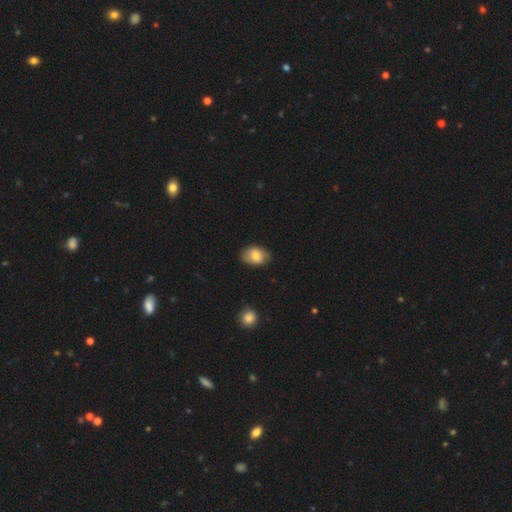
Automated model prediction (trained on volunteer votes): Q: Smooth or featured?
A: smooth (73%); runner-up: featured or disk (20%)
Q: How rounded?
A: in between (86%); runner-up: round (13%)
Q: Merging?
A: none (77%); runner-up: minor disturbance (18%)